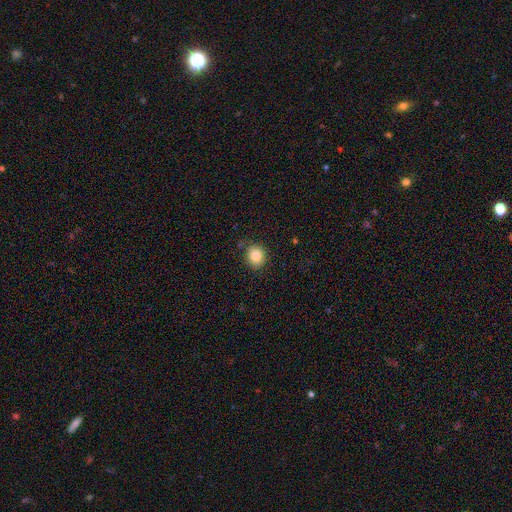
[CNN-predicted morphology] Smooth or featured? smooth (85%)
How rounded? round (79%)
Merging? none (84%)